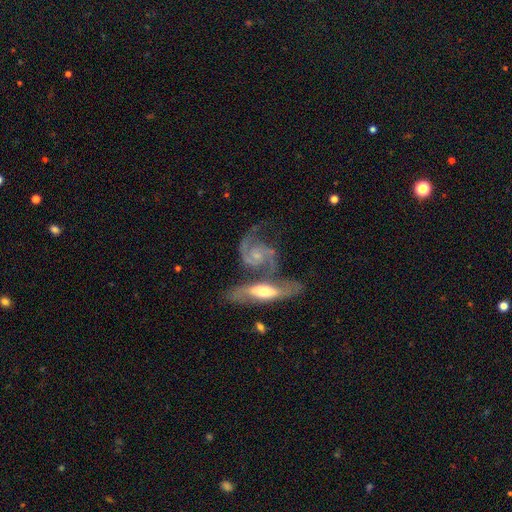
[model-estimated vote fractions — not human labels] Smooth or featured? featured or disk (88%)
Edge-on disk? no (94%)
Bar? no (62%)
Spiral arms? yes (96%)
Spiral winding? medium (51%)
Spiral arm count? 2 (82%)
Bulge size? small (58%)
Merging? merger (42%)